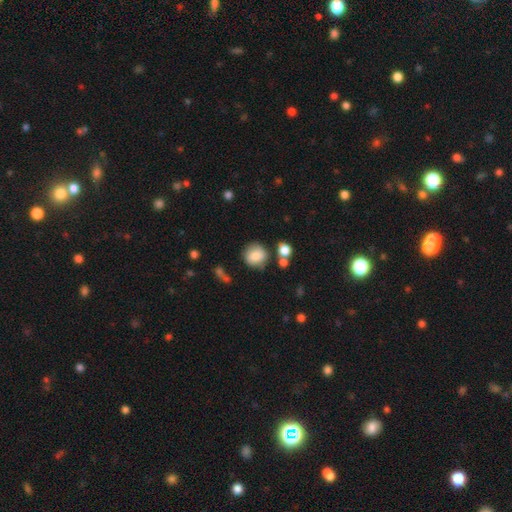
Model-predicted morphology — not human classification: Smooth or featured? smooth (82%)
How rounded? round (87%)
Merging? none (73%)